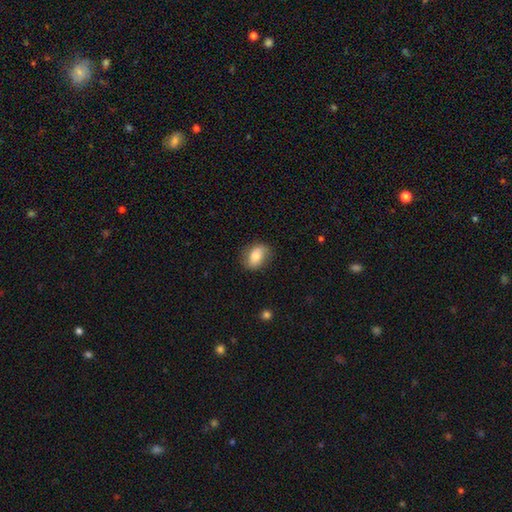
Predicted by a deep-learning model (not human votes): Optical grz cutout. It shows a smooth galaxy with no disk features (74%) that is in between round and cigar-shaped (76%). Merging: none (79%).